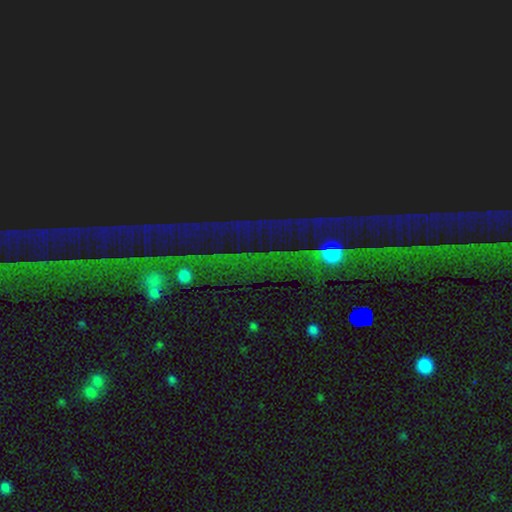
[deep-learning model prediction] Smooth or featured?
  - star or artifact: 85% *
  - featured or disk: 8%
  - smooth: 7%